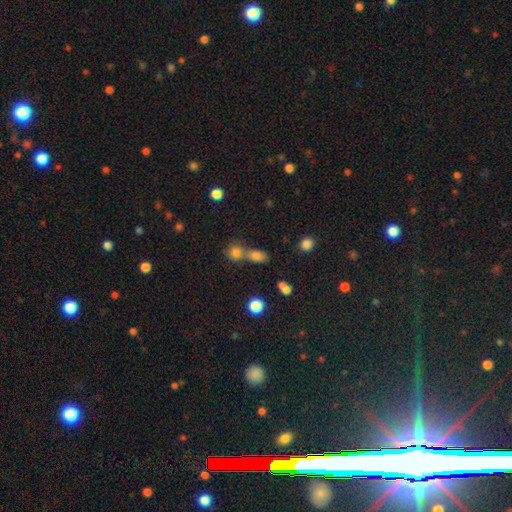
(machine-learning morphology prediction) The model was most divided on "merging": merger: 48%, none: 40%, minor disturbance: 8%, major disturbance: 4%. More confident: smooth or featured — smooth (75%); how rounded — in between (64%).